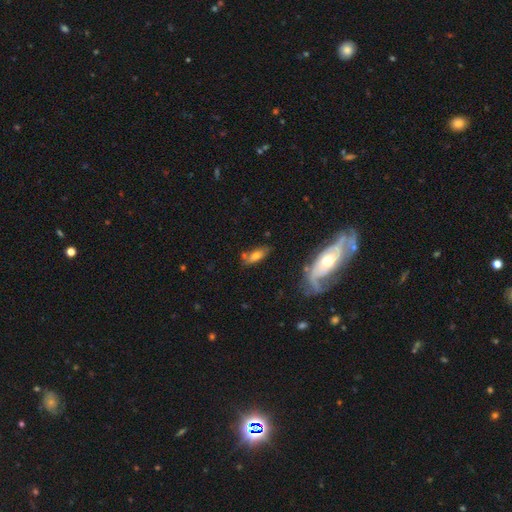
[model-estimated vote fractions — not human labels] Smooth or featured?
  - smooth: 59% *
  - featured or disk: 31%
  - star or artifact: 10%
How rounded?
  - in between: 70% *
  - cigar-shaped: 26%
  - round: 4%
Merging?
  - none: 61% *
  - minor disturbance: 20%
  - merger: 11%
  - major disturbance: 8%